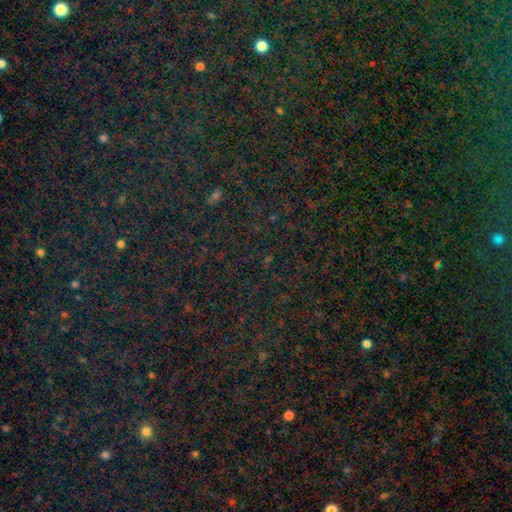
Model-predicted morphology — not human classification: star or artifact 80%, smooth 13%, featured or disk 7%.